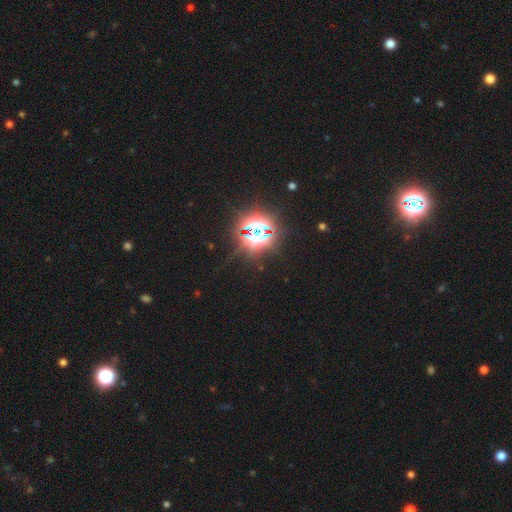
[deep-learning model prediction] Smooth or featured: star or artifact — 82% (smooth — 13%)